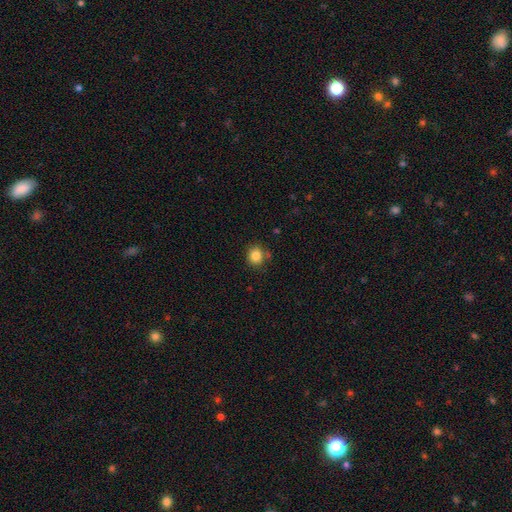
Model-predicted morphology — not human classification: The model was most divided on "how rounded": round: 81%, in between: 18%, cigar-shaped: 1%. More confident: smooth or featured — smooth (85%); merging — none (79%).